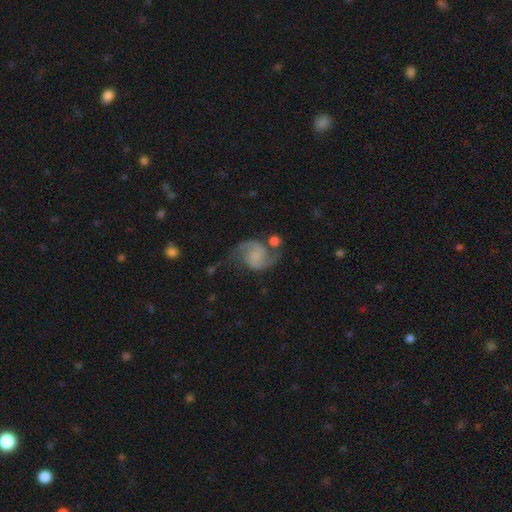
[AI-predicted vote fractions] Smooth or featured: featured or disk — 81% (smooth — 12%)
Edge-on disk: no — 98% (yes — 2%)
Bar: no — 63% (weak — 31%)
Spiral arms: yes — 96% (no — 4%)
Spiral winding: medium — 46% (loose — 43%)
Spiral arm count: 2 — 93% (can't tell — 2%)
Bulge size: none — 50% (small — 28%)
Merging: none — 60% (minor disturbance — 19%)